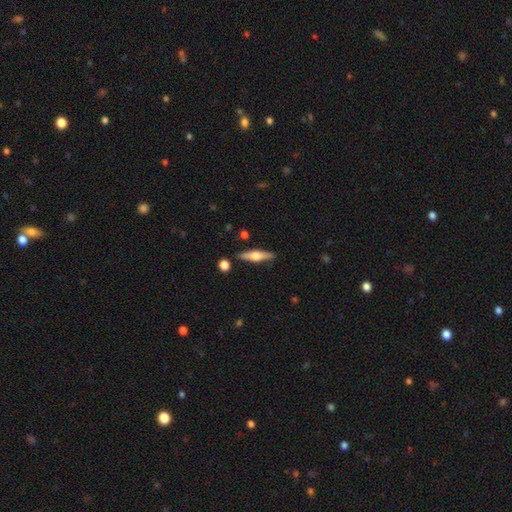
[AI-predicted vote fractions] This is possibly a featured or disk galaxy (58%). It is clearly viewed edge-on (95%). Edge-on bulge: clearly rounded (93%). Merging: clearly none (87%).